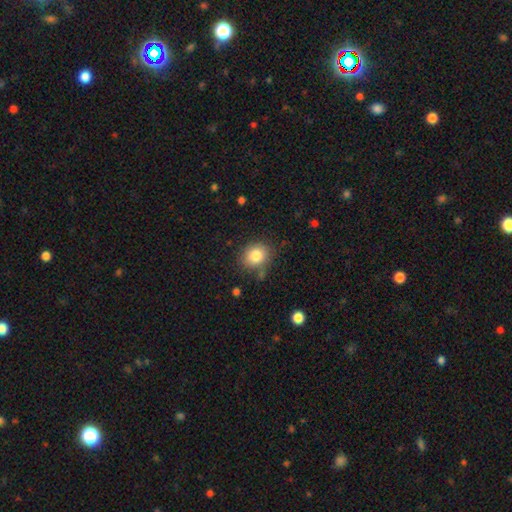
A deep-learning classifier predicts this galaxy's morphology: This appears to be a smooth galaxy with no disk features (83%) that is round (63%). Merging: none (79%).